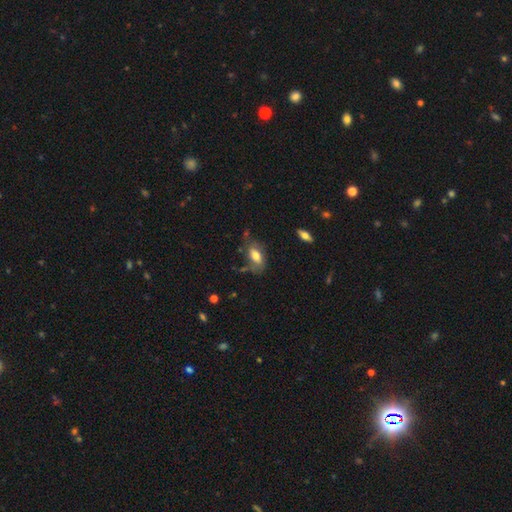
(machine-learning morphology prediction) smooth_or_featured: smooth (p=0.68) [alt: featured or disk p=0.24]
how_rounded: in between (p=0.89) [alt: cigar-shaped p=0.07]
merging: none (p=0.54) [alt: minor disturbance p=0.27]